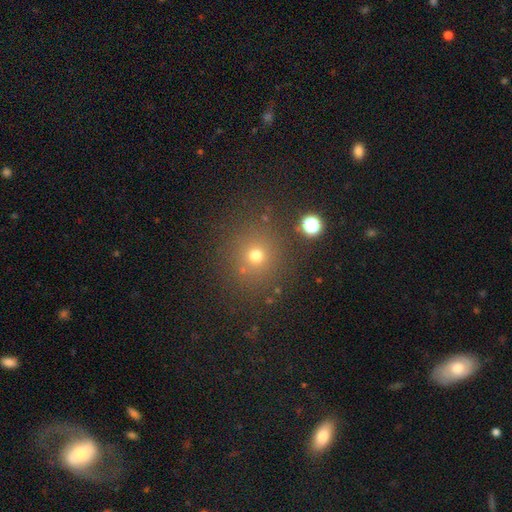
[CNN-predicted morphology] Smooth or featured? smooth (69%)
How rounded? round (91%)
Merging? none (84%)